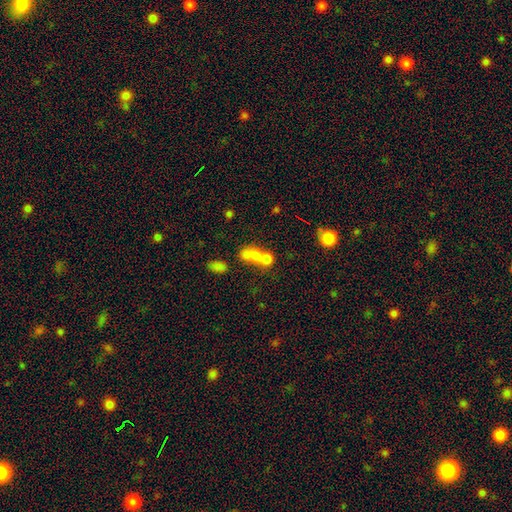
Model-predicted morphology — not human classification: smooth 69%, featured or disk 18%, star or artifact 13%. Down the decision tree: how rounded — round (51%); merging — merger (68%).